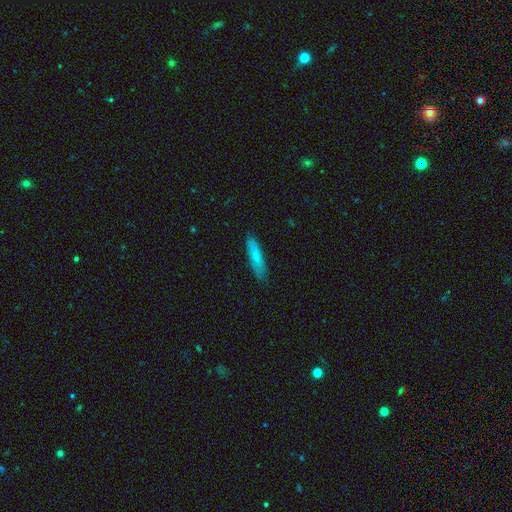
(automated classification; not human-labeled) This appears to be a smooth galaxy with no disk features (78%) that is cigar-shaped (79%). Merging: none (86%).